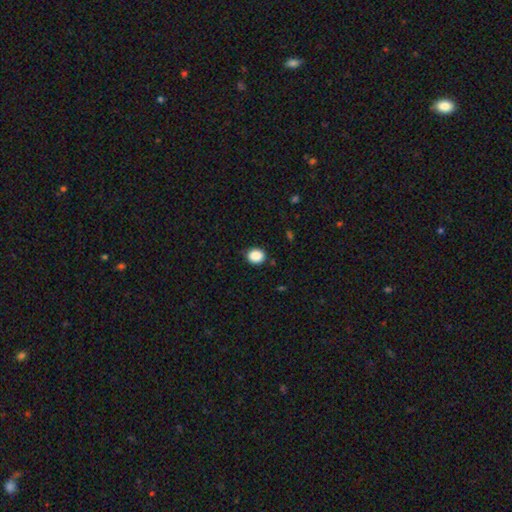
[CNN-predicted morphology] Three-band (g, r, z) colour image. It shows a smooth galaxy with no disk features (89%) that is round (62%). Merging: none (87%).